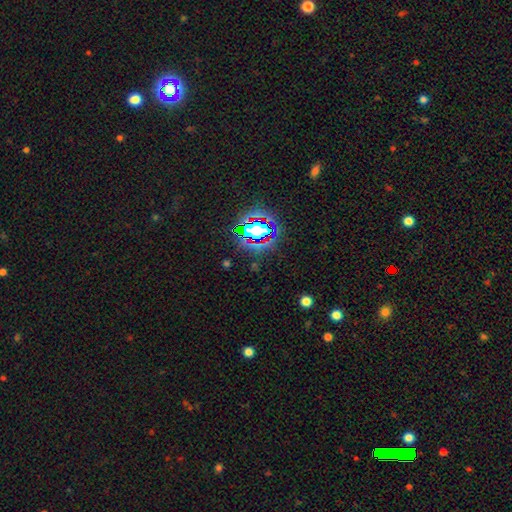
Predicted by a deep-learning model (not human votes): Overall: star or artifact (77%).